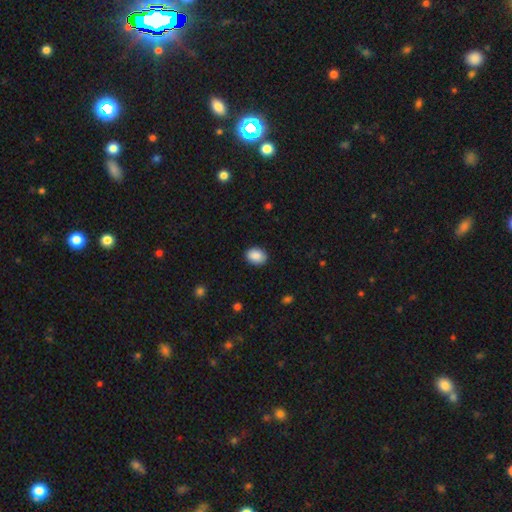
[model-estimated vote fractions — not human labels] Q: Smooth or featured?
A: smooth (89%); runner-up: star or artifact (7%)
Q: How rounded?
A: in between (65%); runner-up: round (34%)
Q: Merging?
A: none (88%); runner-up: minor disturbance (9%)